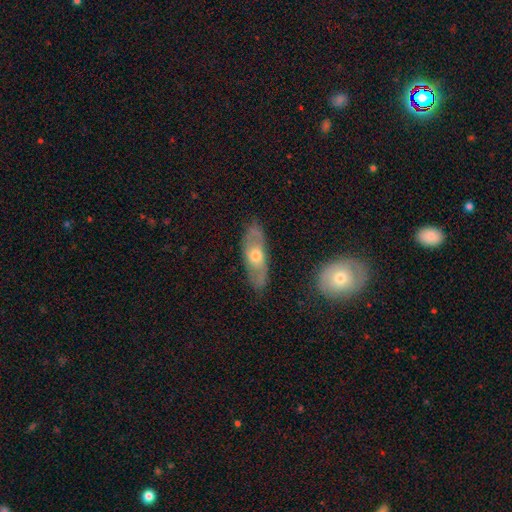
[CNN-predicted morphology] Q: Smooth or featured?
A: featured or disk (57%); runner-up: smooth (37%)
Q: Edge-on disk?
A: no (69%); runner-up: yes (31%)
Q: Merging?
A: none (78%); runner-up: minor disturbance (16%)